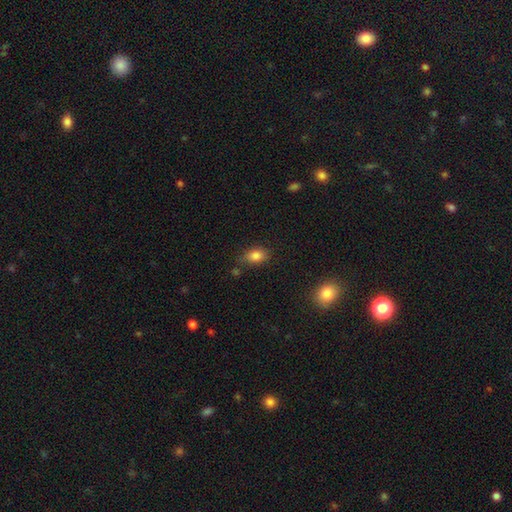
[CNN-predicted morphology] Smooth or featured? Predicted: smooth (p=0.83). How rounded? Predicted: in between (p=0.79). Merging? Predicted: none (p=0.69).